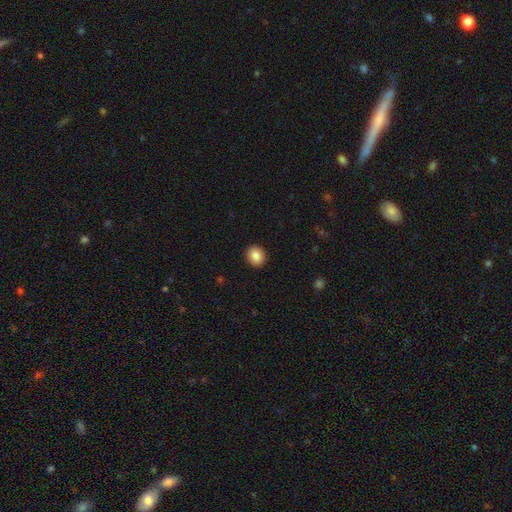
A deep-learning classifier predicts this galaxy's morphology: This appears to be a smooth galaxy with no disk features (86%) that is round (74%). Merging: none (92%).